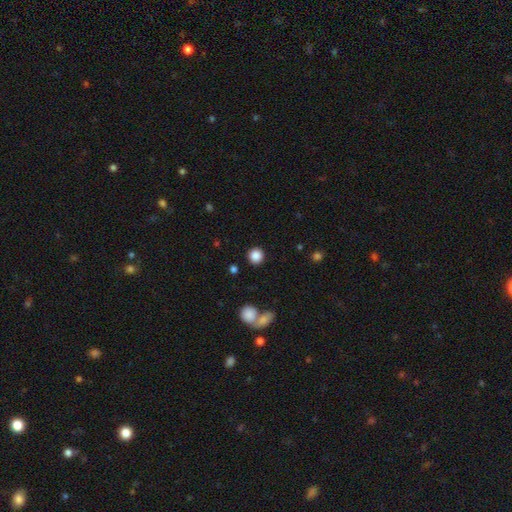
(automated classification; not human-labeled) Smooth or featured? smooth (87%)
How rounded? round (93%)
Merging? none (89%)